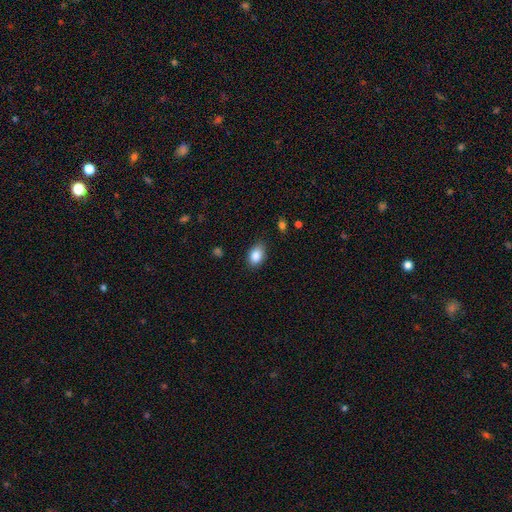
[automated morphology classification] Smooth or featured: smooth — 86% (star or artifact — 8%)
How rounded: in between — 84% (round — 15%)
Merging: none — 82% (minor disturbance — 14%)